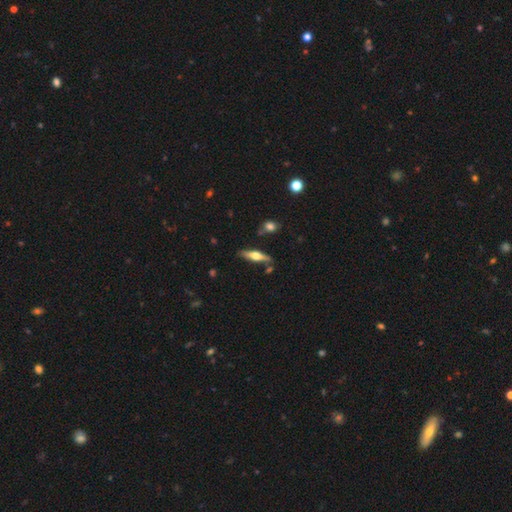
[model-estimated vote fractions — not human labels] smooth-or-featured: featured or disk: 54% | smooth: 40% | star or artifact: 6%
  disk-edge-on: yes: 93% | no: 7%
    edge-on-bulge: rounded: 92% | boxy: 5% | none: 3%
  merging: none: 78% | minor disturbance: 12% | merger: 7% | major disturbance: 3%